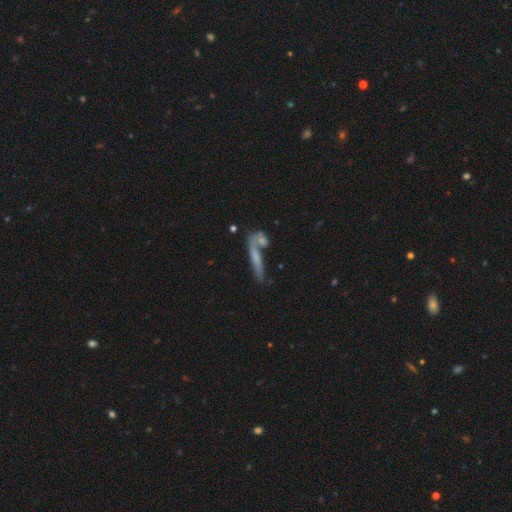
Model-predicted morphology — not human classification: A smooth galaxy with no disk features (47%).

Vote fractions:
- Smooth or featured? smooth: 47% / featured or disk: 41% / star or artifact: 12%
- Merging? none: 40% / merger: 38% / minor disturbance: 12% / major disturbance: 10%